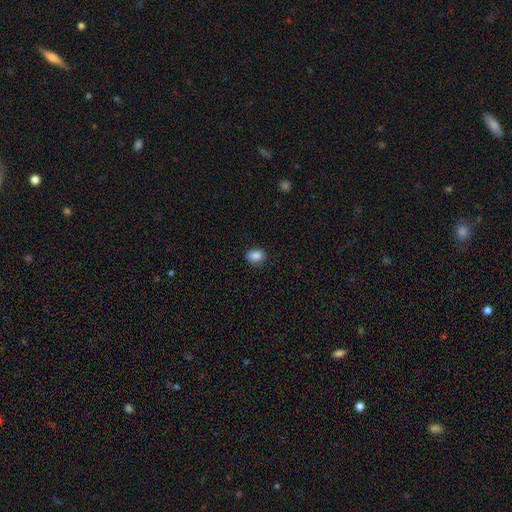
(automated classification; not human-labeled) Smooth or featured? Predicted: smooth (p=0.86). How rounded? Predicted: in between (p=0.65). Merging? Predicted: none (p=0.87).